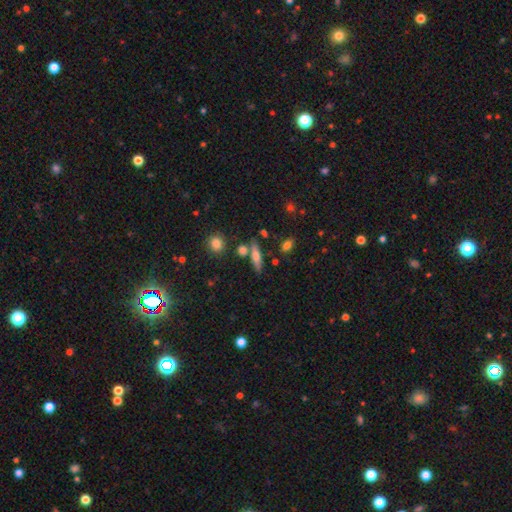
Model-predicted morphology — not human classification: smooth-or-featured: smooth: 62% | featured or disk: 29% | star or artifact: 9%
  how-rounded: cigar-shaped: 65% | in between: 29% | round: 6%
  merging: none: 73% | minor disturbance: 12% | merger: 12% | major disturbance: 4%